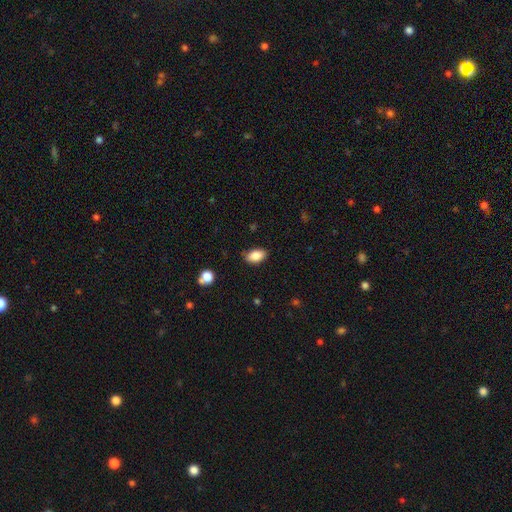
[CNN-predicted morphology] This is clearly a smooth galaxy (86%). How rounded: clearly in between (92%). Merging: clearly none (83%).